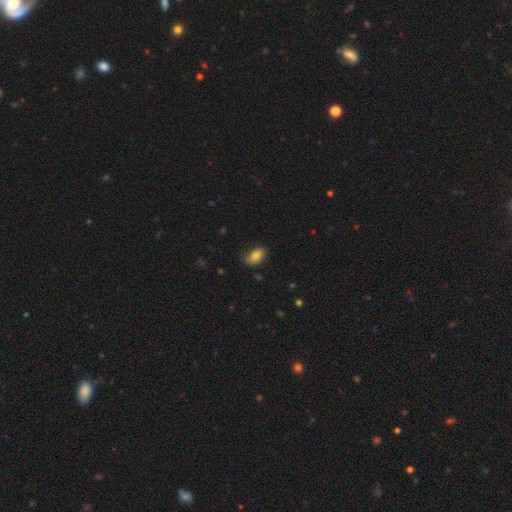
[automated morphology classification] smooth 79%, featured or disk 12%, star or artifact 8%. Down the decision tree: how rounded — in between (92%); merging — none (70%).